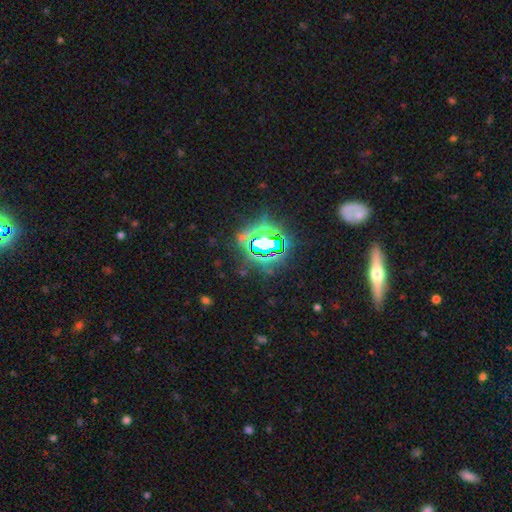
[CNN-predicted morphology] smooth-or-featured: star or artifact: 75% | featured or disk: 14% | smooth: 11%